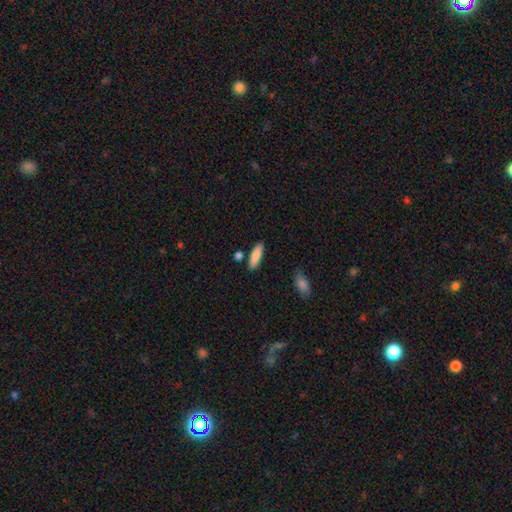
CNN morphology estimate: Overall: smooth (85%). How rounded: cigar-shaped (51%; in between 48%). Merging: none (82%).